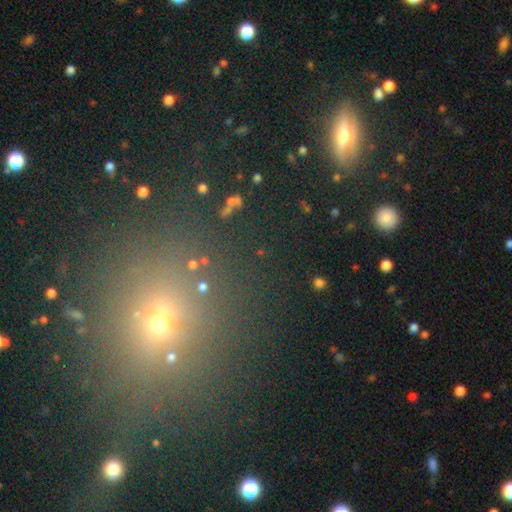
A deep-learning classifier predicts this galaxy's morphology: type=star or artifact (48%).